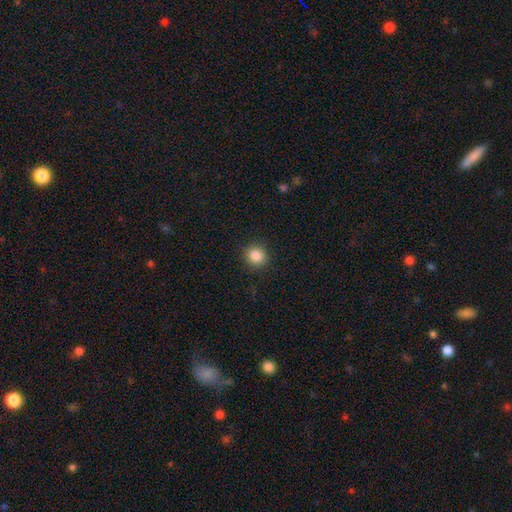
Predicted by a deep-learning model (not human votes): This is clearly a smooth galaxy (86%). How rounded: clearly round (89%). Merging: clearly none (91%).